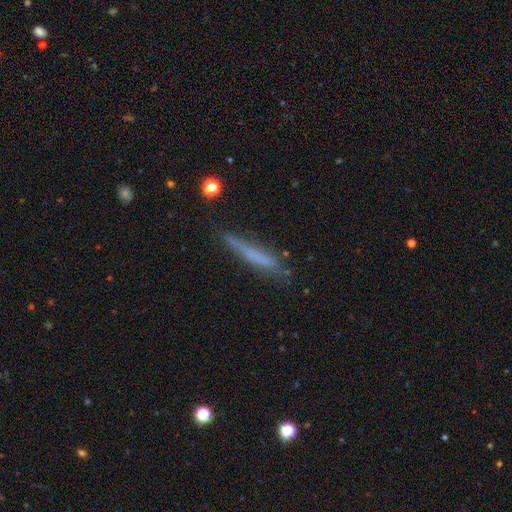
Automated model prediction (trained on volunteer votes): A smooth galaxy with no disk features (54%) that is cigar-shaped (92%). Merging: none (70%).